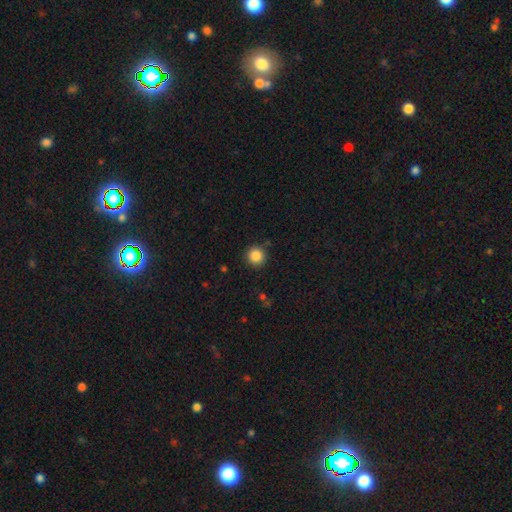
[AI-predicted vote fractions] Smooth or featured? Predicted: smooth (p=0.87). How rounded? Predicted: round (p=0.95). Merging? Predicted: none (p=0.90).